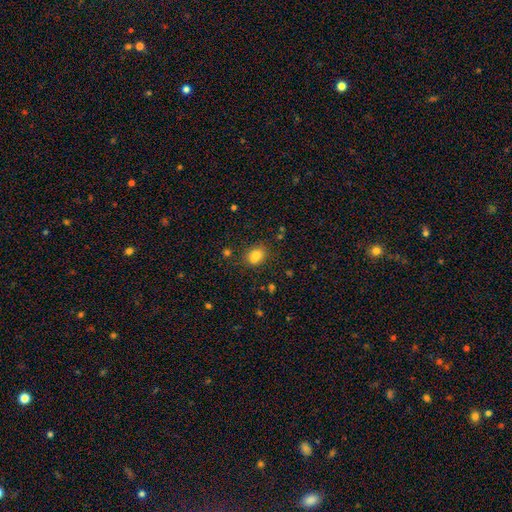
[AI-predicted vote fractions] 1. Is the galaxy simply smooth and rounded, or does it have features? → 77% smooth, 13% star or artifact, 10% featured or disk.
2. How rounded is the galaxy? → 54% in between, 45% round, 1% cigar-shaped.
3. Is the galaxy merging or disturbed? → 65% none, 15% minor disturbance, 15% merger, 4% major disturbance.